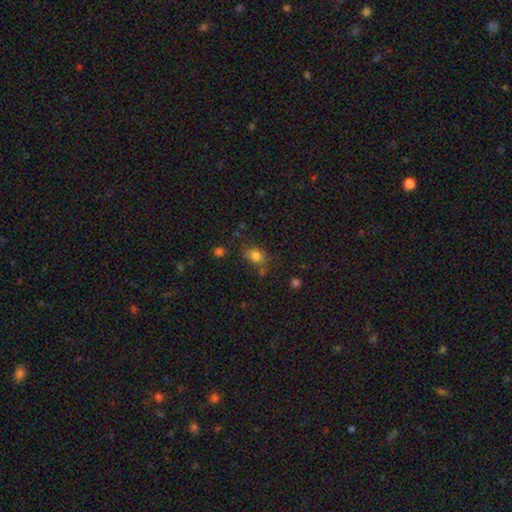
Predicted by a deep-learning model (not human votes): A smooth galaxy with no disk features (79%) that is in between round and cigar-shaped (51%). Merging: none (60%).